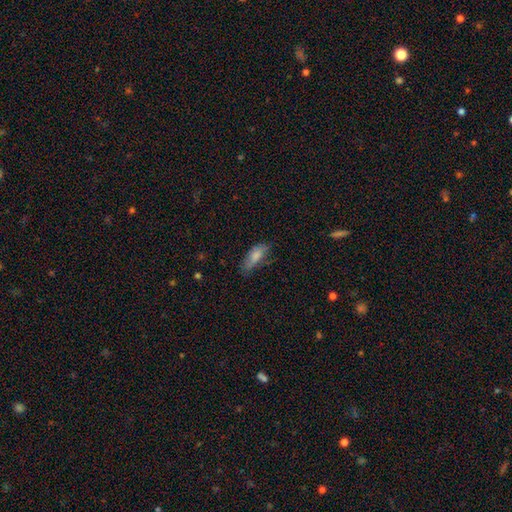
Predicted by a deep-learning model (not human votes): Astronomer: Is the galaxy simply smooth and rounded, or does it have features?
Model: smooth — 76%.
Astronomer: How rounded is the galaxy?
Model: in between — 74%.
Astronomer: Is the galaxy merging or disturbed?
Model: none — 54% (runner-up: minor disturbance, 32%).